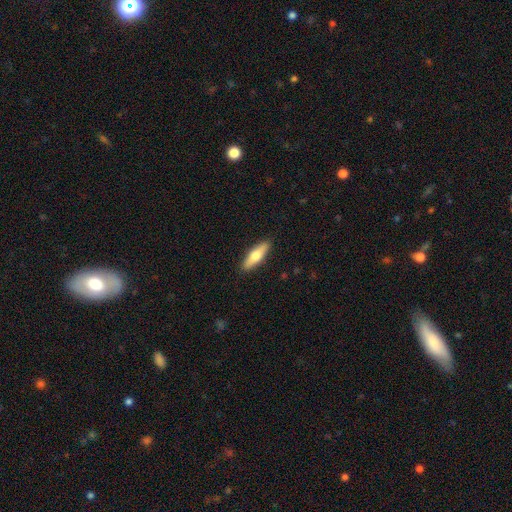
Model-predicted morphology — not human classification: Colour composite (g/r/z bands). It shows a smooth galaxy with no disk features (61%) that is cigar-shaped (56%). Merging: none (90%).